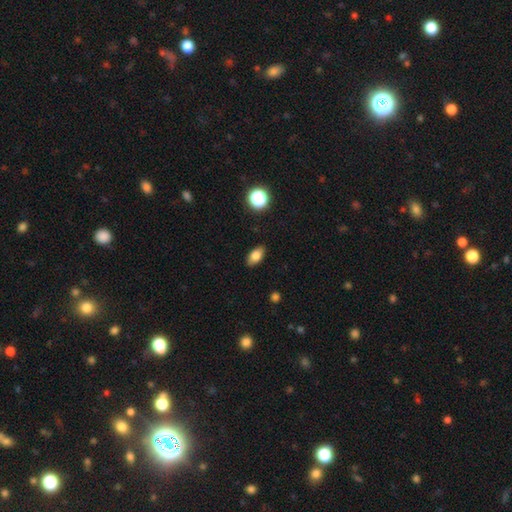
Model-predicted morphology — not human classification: The model was most divided on "smooth or featured": smooth: 80%, featured or disk: 10%, star or artifact: 9%. More confident: how rounded — in between (88%); merging — none (88%).